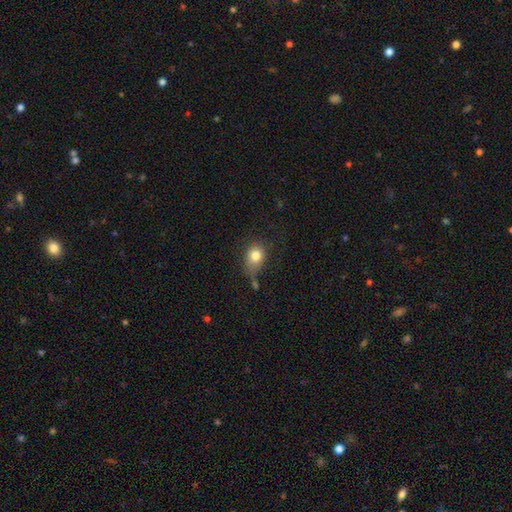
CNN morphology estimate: Smooth or featured? Predicted: smooth (p=0.80). How rounded? Predicted: in between (p=0.54). Merging? Predicted: none (p=0.52).